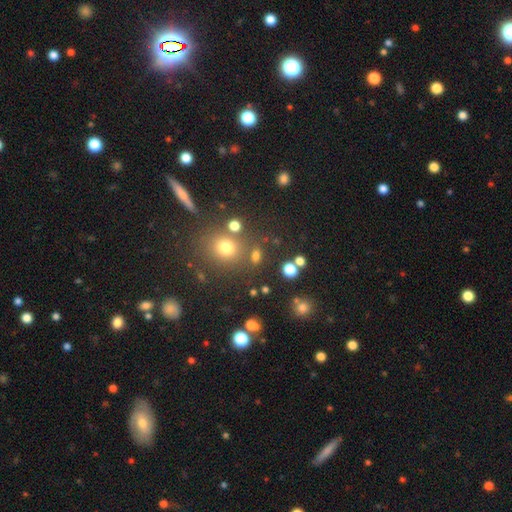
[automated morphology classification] smooth_or_featured: smooth (p=0.71) [alt: star or artifact p=0.21]
how_rounded: round (p=0.51) [alt: in between p=0.46]
merging: none (p=0.71) [alt: merger p=0.13]